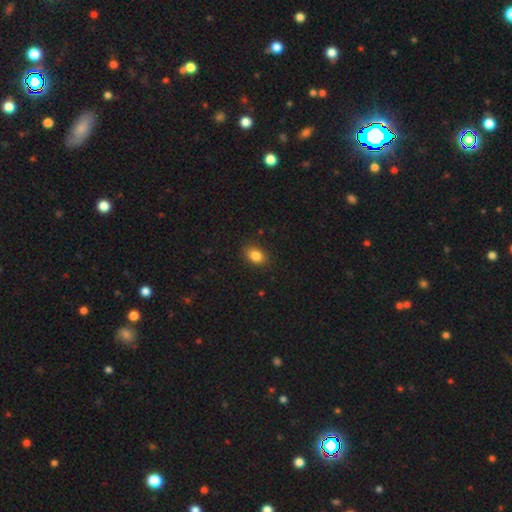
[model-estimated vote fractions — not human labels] Smooth or featured?
  - smooth: 85% *
  - star or artifact: 9%
  - featured or disk: 6%
How rounded?
  - in between: 79% *
  - round: 20%
  - cigar-shaped: 1%
Merging?
  - none: 87% *
  - minor disturbance: 10%
  - major disturbance: 2%
  - merger: 1%